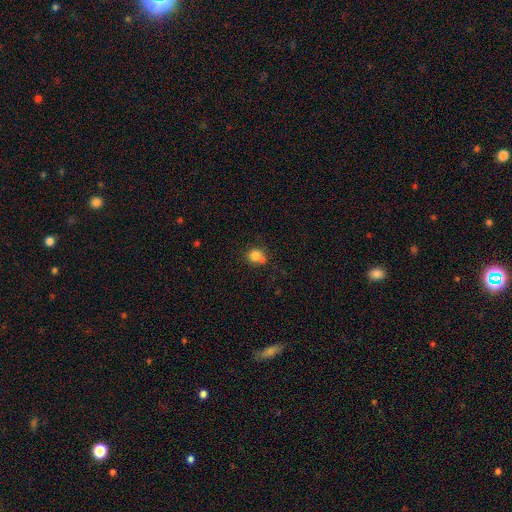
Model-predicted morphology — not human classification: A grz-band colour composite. It shows a smooth galaxy with no disk features (79%) that is round (81%). Merging: none (51%).